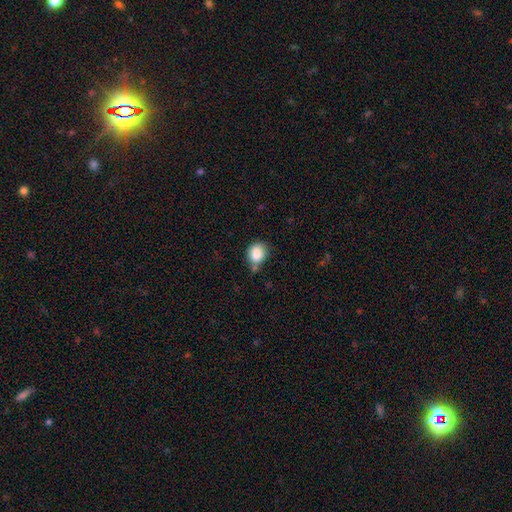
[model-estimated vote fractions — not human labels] smooth 86%, star or artifact 9%, featured or disk 5%. Down the decision tree: how rounded — round (63%); merging — none (59%).